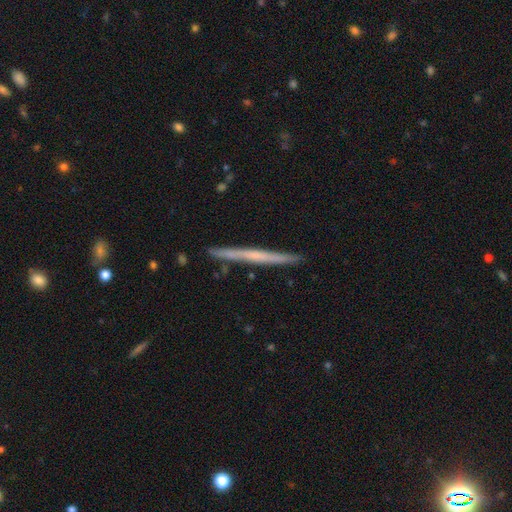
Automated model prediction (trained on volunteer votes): smooth-or-featured: featured or disk: 55% | smooth: 39% | star or artifact: 6%
  disk-edge-on: yes: 97% | no: 3%
    edge-on-bulge: none: 83% | rounded: 12% | boxy: 5%
  merging: none: 90% | minor disturbance: 7% | merger: 1% | major disturbance: 1%